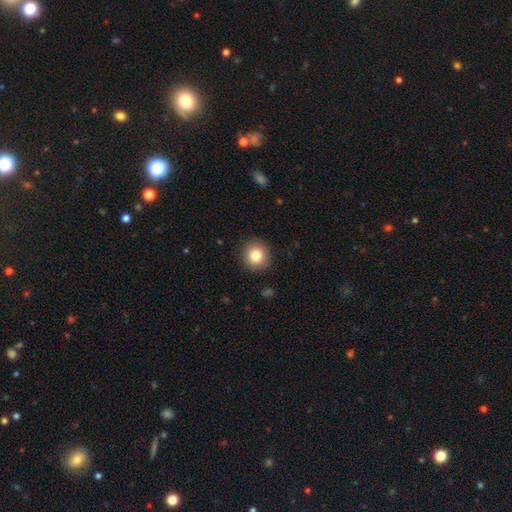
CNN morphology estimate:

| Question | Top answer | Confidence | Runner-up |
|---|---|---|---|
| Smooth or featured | smooth | 81% | star or artifact (10%) |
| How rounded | round | 92% | in between (7%) |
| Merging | none | 91% | minor disturbance (6%) |